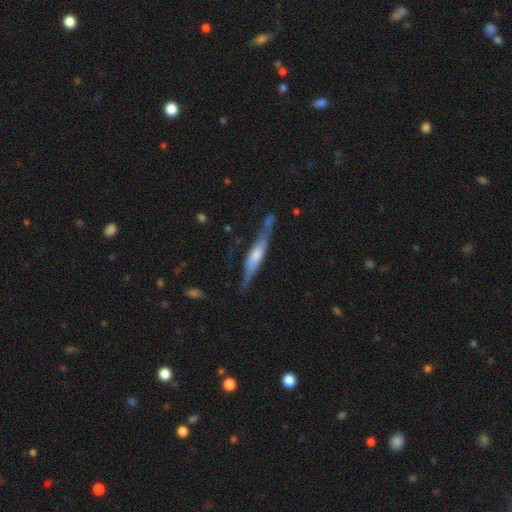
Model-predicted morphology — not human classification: The model was most divided on "smooth or featured": featured or disk: 56%, smooth: 38%, star or artifact: 6%. More confident: edge-on disk — yes (88%); merging — none (64%).